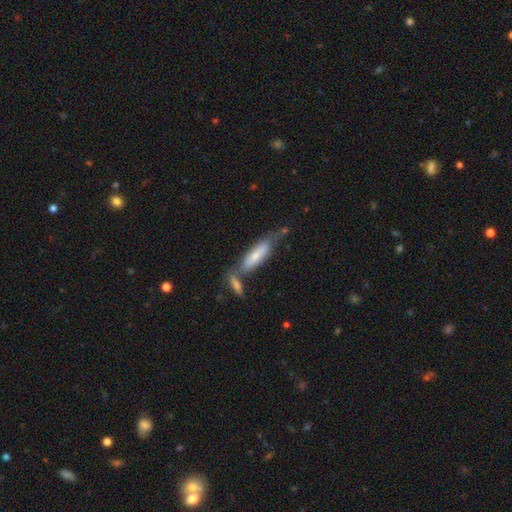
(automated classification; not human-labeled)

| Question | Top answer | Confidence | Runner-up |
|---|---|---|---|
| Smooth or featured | smooth | 61% | featured or disk (33%) |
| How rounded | cigar-shaped | 60% | in between (38%) |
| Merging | none | 41% | merger (32%) |